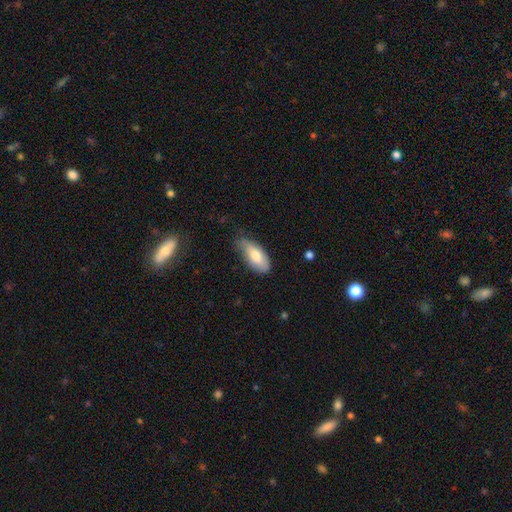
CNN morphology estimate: Smooth or featured? smooth (75%)
How rounded? in between (88%)
Merging? none (53%)